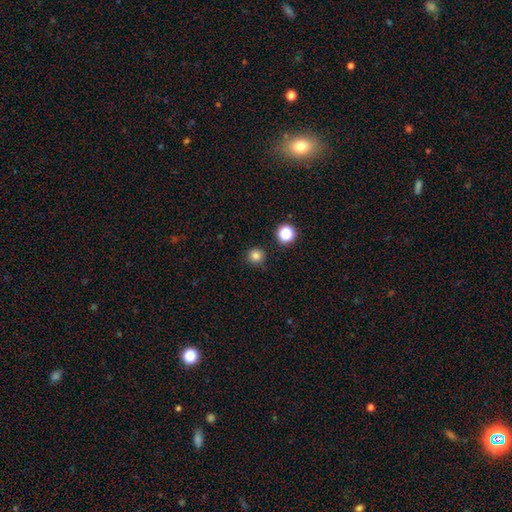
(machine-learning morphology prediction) The model was most divided on "smooth or featured": smooth: 81%, star or artifact: 14%, featured or disk: 5%. More confident: how rounded — round (94%); merging — none (88%).